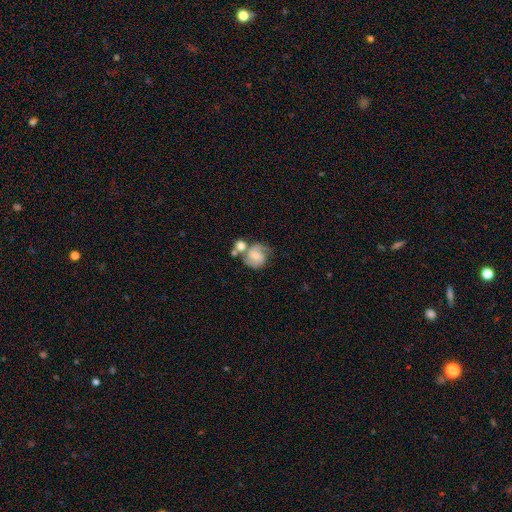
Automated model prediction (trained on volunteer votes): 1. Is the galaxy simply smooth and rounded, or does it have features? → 67% featured or disk, 25% smooth, 7% star or artifact.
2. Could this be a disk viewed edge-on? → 98% no, 2% yes.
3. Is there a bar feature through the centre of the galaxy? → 48% no, 42% weak, 10% strong.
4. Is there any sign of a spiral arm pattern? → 92% yes, 8% no.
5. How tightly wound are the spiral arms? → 49% medium, 30% tight, 21% loose.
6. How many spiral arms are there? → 77% 2, 10% 1, 8% can't tell, 3% 3, 1% 4, 1% more than 4.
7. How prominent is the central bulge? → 48% small, 37% moderate, 10% none, 4% large, 1% dominant.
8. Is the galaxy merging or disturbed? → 39% none, 36% merger, 16% minor disturbance, 10% major disturbance.